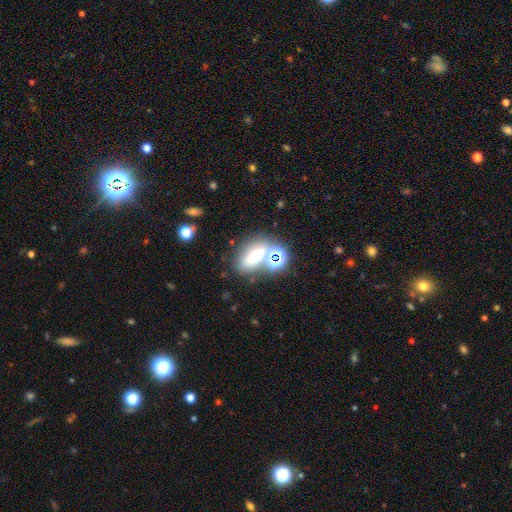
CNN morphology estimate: Smooth or featured: smooth — 53% (star or artifact — 26%)
How rounded: in between — 65% (round — 26%)
Merging: none — 55% (merger — 24%)